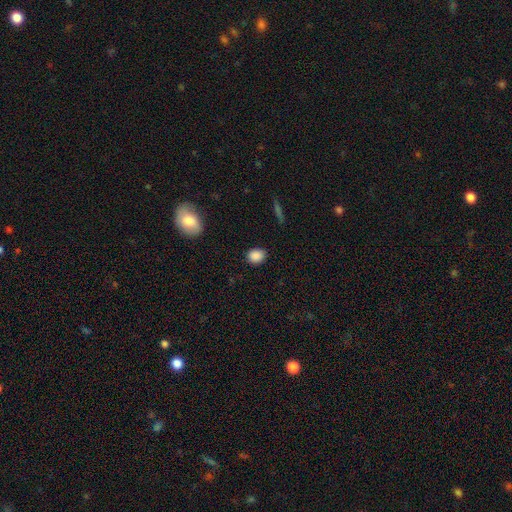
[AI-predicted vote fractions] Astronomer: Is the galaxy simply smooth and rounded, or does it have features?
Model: smooth — 87%.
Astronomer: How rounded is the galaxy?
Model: round — 55% (runner-up: in between, 44%).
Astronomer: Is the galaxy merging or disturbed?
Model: none — 87%.